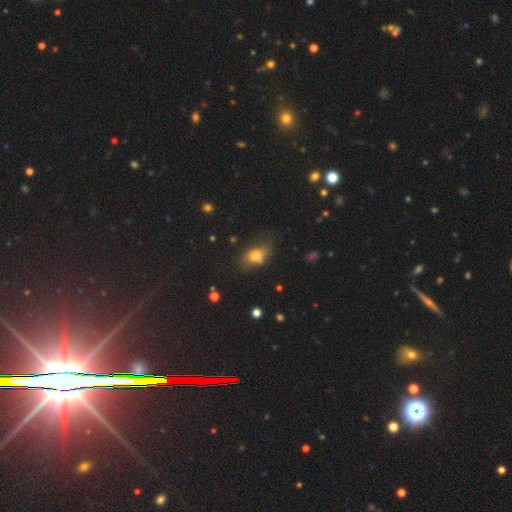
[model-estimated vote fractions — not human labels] Smooth or featured? Predicted: smooth (p=0.72). How rounded? Predicted: in between (p=0.77). Merging? Predicted: none (p=0.63).